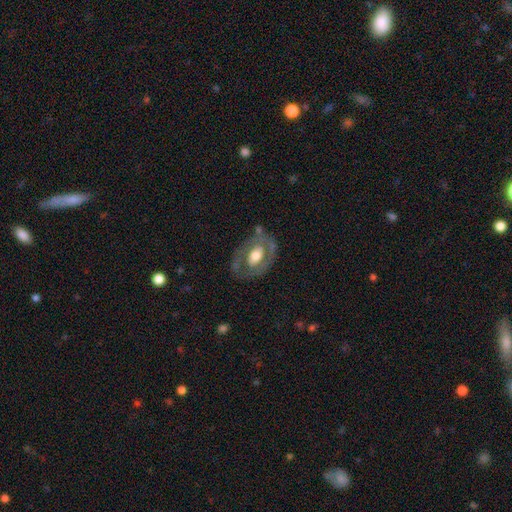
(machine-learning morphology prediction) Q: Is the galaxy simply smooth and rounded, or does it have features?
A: featured or disk — 60%.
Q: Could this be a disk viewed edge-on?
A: no — 93%.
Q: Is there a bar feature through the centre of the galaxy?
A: no — 68%.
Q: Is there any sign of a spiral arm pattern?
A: no — 71%.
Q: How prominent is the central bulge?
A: moderate — 55%.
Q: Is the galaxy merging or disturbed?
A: none — 65%.